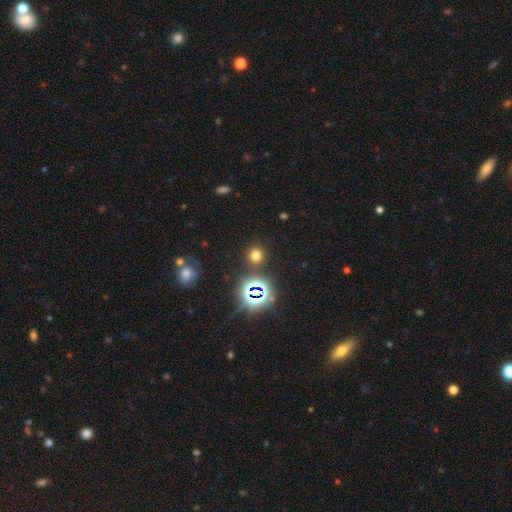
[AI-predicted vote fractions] Smooth or featured?
  - smooth: 63% *
  - star or artifact: 30%
  - featured or disk: 7%
How rounded?
  - round: 89% *
  - in between: 10%
  - cigar-shaped: 1%
Merging?
  - none: 86% *
  - minor disturbance: 7%
  - merger: 4%
  - major disturbance: 3%